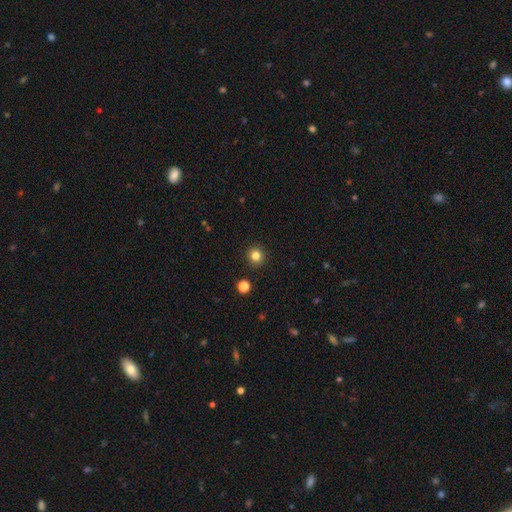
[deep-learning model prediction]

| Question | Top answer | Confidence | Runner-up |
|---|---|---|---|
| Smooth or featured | smooth | 82% | star or artifact (13%) |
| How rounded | round | 92% | in between (7%) |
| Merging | none | 92% | minor disturbance (5%) |